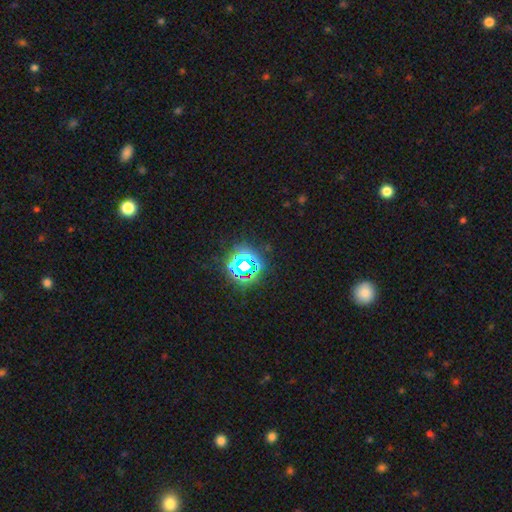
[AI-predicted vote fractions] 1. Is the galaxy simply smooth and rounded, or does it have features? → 78% star or artifact, 16% smooth, 6% featured or disk.